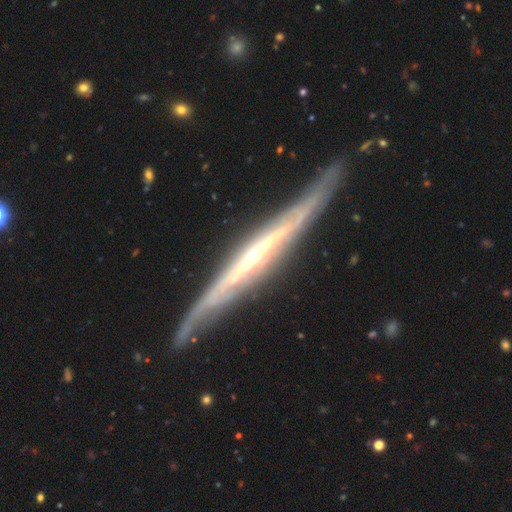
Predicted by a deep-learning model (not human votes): Smooth or featured? featured or disk (88%)
Edge-on disk? yes (90%)
Edge-on bulge? rounded (57%)
Merging? none (81%)